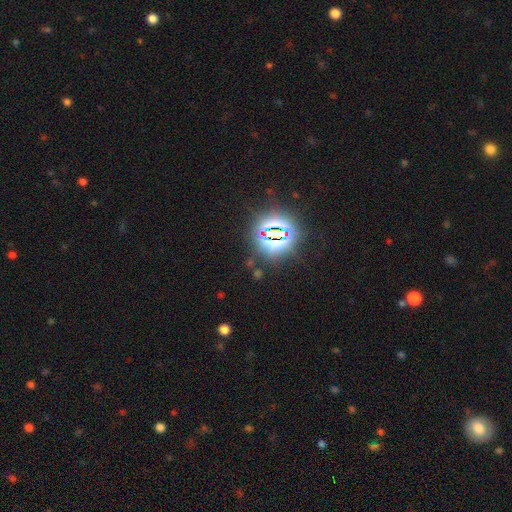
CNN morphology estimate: The model was most divided on "smooth or featured": star or artifact: 85%, smooth: 9%, featured or disk: 6%.